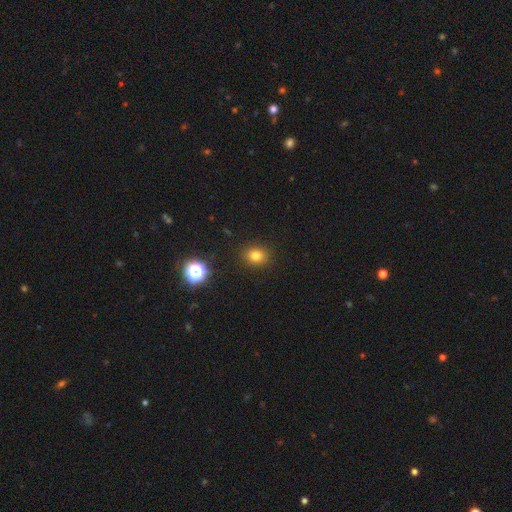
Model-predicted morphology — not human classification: The model was most divided on "how rounded": round: 67%, in between: 32%, cigar-shaped: 1%. More confident: merging — none (90%); smooth or featured — smooth (79%).